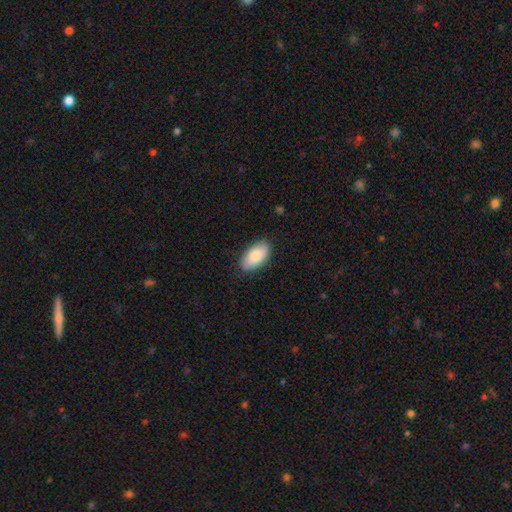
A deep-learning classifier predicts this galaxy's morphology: Q: Smooth or featured?
A: smooth (84%); runner-up: featured or disk (10%)
Q: How rounded?
A: in between (95%); runner-up: cigar-shaped (3%)
Q: Merging?
A: none (85%); runner-up: minor disturbance (11%)